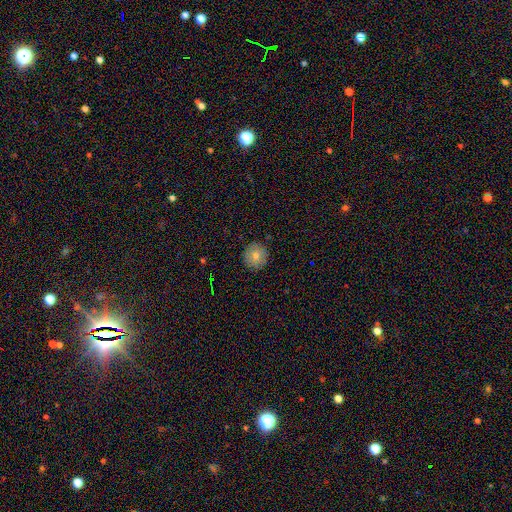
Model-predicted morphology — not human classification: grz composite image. It shows a smooth galaxy with no disk features (71%) that is round (95%). Merging: none (91%).